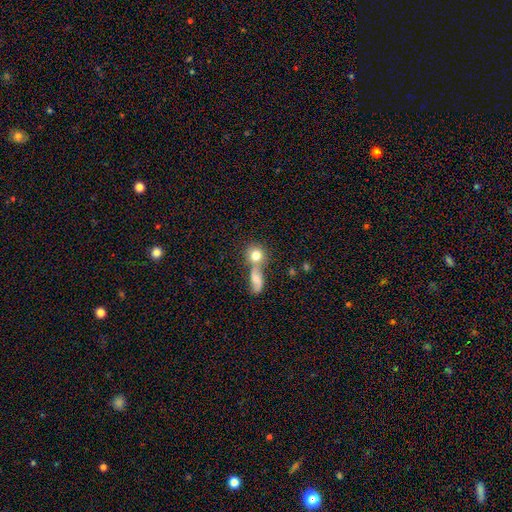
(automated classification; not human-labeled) A smooth galaxy with no disk features (77%) that is round (81%).

Vote fractions:
- Smooth or featured? smooth: 77% / featured or disk: 14% / star or artifact: 9%
- How rounded? round: 81% / in between: 17% / cigar-shaped: 2%
- Merging? merger: 45% / none: 41% / minor disturbance: 8% / major disturbance: 5%